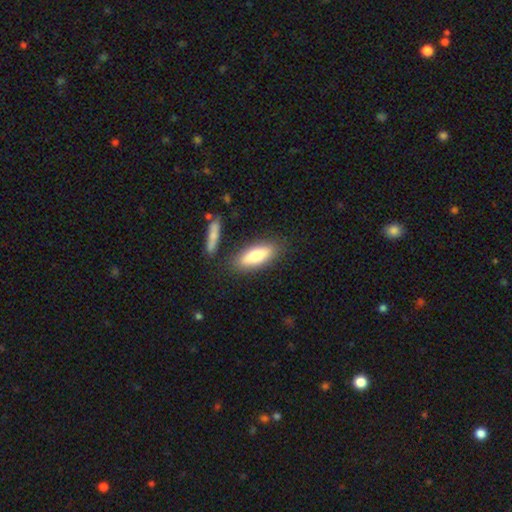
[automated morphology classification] Smooth or featured?
  - smooth: 74% *
  - featured or disk: 20%
  - star or artifact: 6%
How rounded?
  - in between: 58% *
  - cigar-shaped: 40%
  - round: 2%
Merging?
  - none: 81% *
  - minor disturbance: 11%
  - merger: 5%
  - major disturbance: 3%